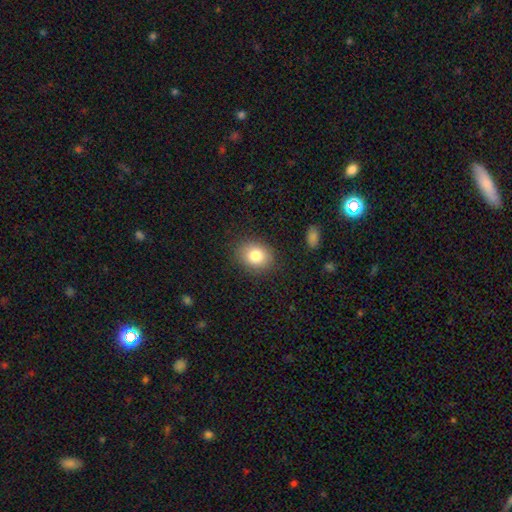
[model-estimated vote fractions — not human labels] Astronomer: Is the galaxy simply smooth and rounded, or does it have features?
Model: smooth — 82%.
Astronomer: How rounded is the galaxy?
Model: round — 52% (runner-up: in between, 47%).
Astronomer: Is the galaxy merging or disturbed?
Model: none — 86%.